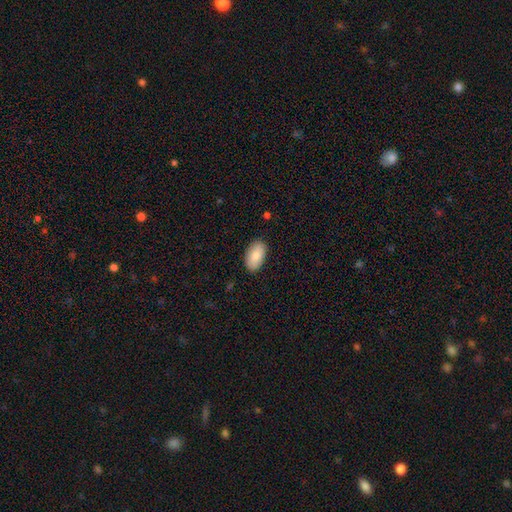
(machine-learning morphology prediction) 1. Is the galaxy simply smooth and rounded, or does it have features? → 83% smooth, 10% featured or disk, 6% star or artifact.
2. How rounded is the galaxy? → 95% in between, 4% round, 2% cigar-shaped.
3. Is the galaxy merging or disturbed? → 88% none, 9% minor disturbance, 2% major disturbance, 1% merger.